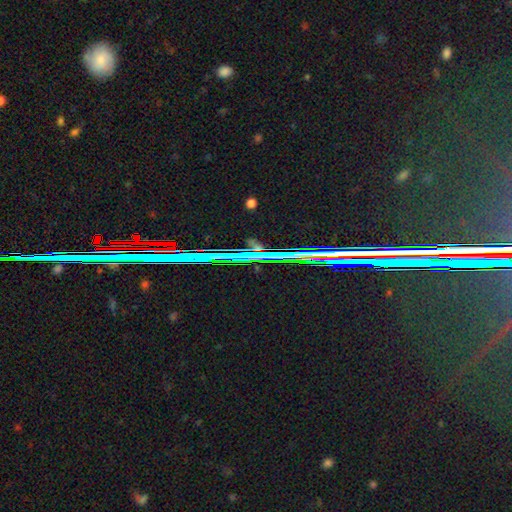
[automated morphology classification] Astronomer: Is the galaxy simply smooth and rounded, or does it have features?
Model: star or artifact — 83%.